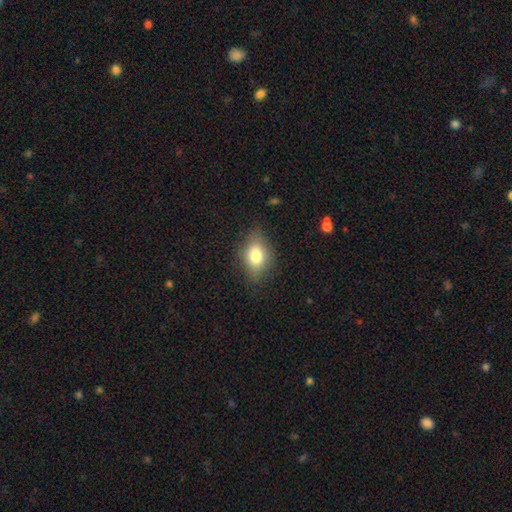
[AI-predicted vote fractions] smooth_or_featured: smooth (p=0.78) [alt: featured or disk p=0.12]
how_rounded: in between (p=0.77) [alt: round p=0.20]
merging: none (p=0.78) [alt: minor disturbance p=0.17]